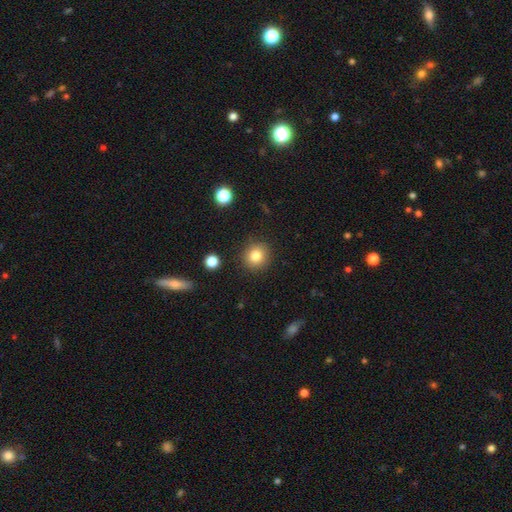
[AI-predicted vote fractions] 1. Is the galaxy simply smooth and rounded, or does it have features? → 82% smooth, 11% star or artifact, 7% featured or disk.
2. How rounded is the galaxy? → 89% round, 10% in between, 1% cigar-shaped.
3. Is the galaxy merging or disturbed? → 89% none, 7% minor disturbance, 2% major disturbance, 2% merger.